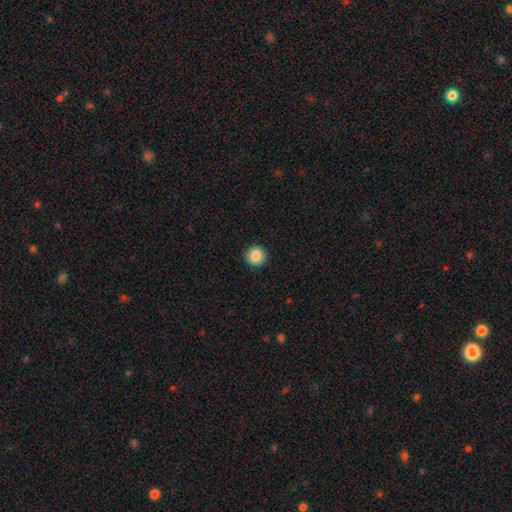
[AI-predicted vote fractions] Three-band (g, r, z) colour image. It shows a smooth galaxy with no disk features (88%) that is round (94%). Merging: none (92%).